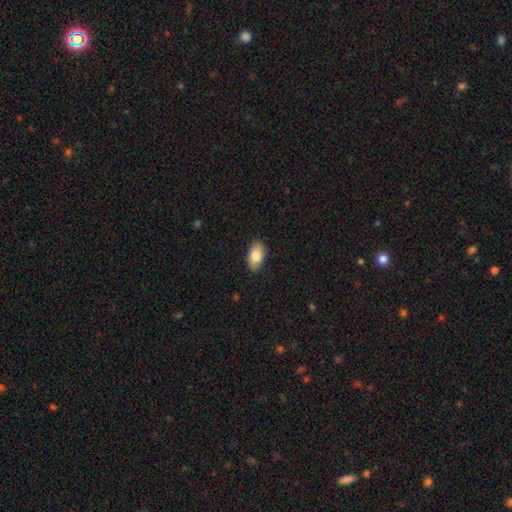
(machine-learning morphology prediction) smooth-or-featured: smooth: 83% | featured or disk: 10% | star or artifact: 6%
  how-rounded: in between: 94% | round: 4% | cigar-shaped: 2%
  merging: none: 88% | minor disturbance: 9% | major disturbance: 2% | merger: 1%